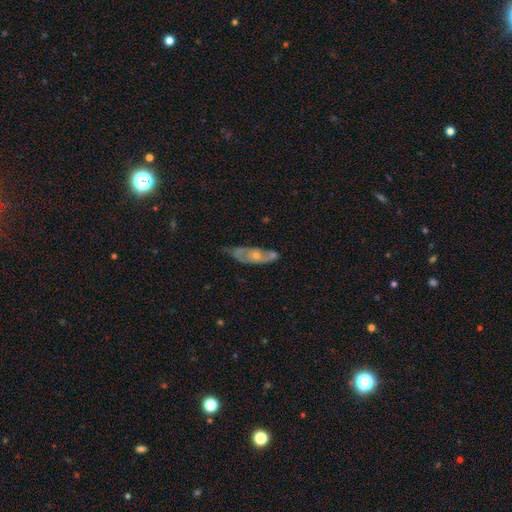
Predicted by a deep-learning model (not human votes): A featured or disk galaxy (56%).

Vote fractions:
- Smooth or featured? featured or disk: 56% / smooth: 39% / star or artifact: 6%
- Edge-on disk? no: 79% / yes: 21%
- Merging? none: 40% / minor disturbance: 34% / major disturbance: 18% / merger: 9%